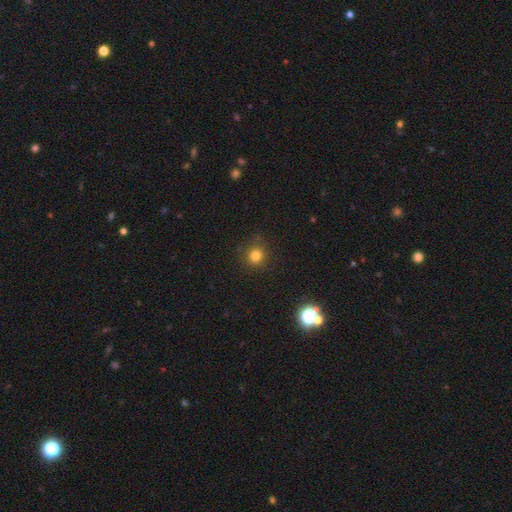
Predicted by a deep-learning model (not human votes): smooth-or-featured: smooth: 79% | star or artifact: 16% | featured or disk: 5%
  how-rounded: round: 92% | in between: 7% | cigar-shaped: 1%
  merging: none: 87% | minor disturbance: 9% | major disturbance: 3% | merger: 1%